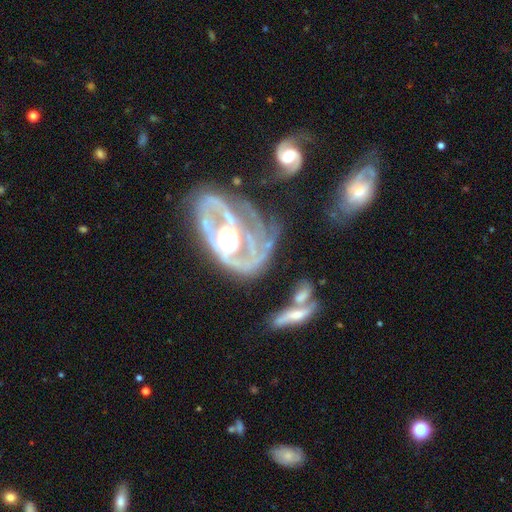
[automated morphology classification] This appears to be a featured or disk galaxy (86%) with no bar (63%), 2 (40%) tight (42%) spiral arms (78%) and a moderate central bulge (54%). Merging: none (35%).